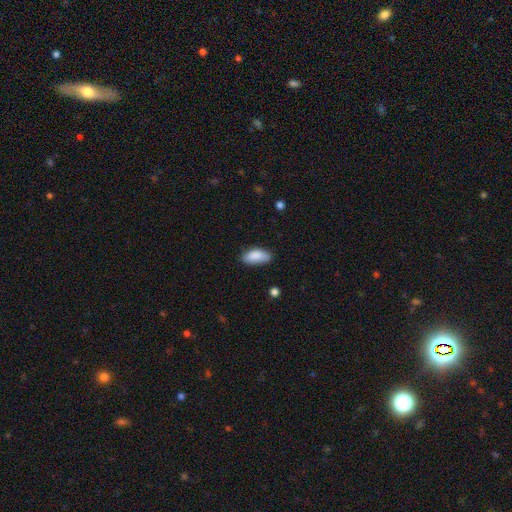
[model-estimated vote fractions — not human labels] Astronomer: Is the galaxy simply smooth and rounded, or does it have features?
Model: smooth — 88%.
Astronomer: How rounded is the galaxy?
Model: in between — 87%.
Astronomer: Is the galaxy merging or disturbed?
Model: none — 74%.